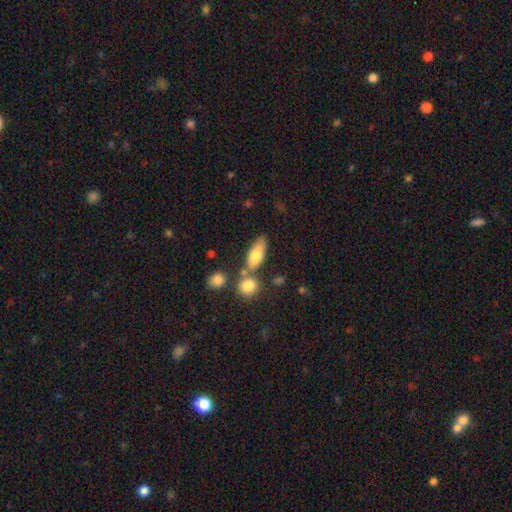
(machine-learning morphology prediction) smooth_or_featured: smooth (p=0.73) [alt: featured or disk p=0.19]
how_rounded: in between (p=0.73) [alt: cigar-shaped p=0.22]
merging: none (p=0.61) [alt: merger p=0.21]